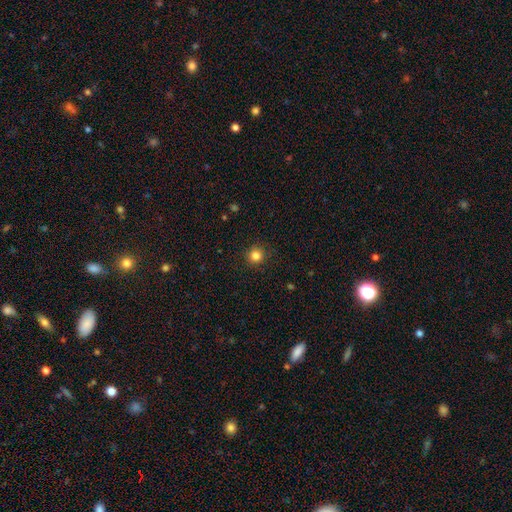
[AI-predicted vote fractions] smooth_or_featured: smooth (p=0.83) [alt: star or artifact p=0.12]
how_rounded: round (p=0.94) [alt: in between p=0.05]
merging: none (p=0.91) [alt: minor disturbance p=0.06]